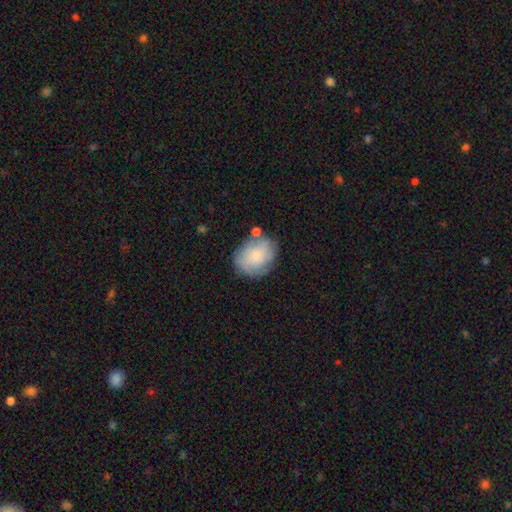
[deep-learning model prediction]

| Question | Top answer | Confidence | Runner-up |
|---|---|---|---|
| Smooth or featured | smooth | 66% | featured or disk (27%) |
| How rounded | in between | 54% | round (45%) |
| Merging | none | 61% | minor disturbance (23%) |